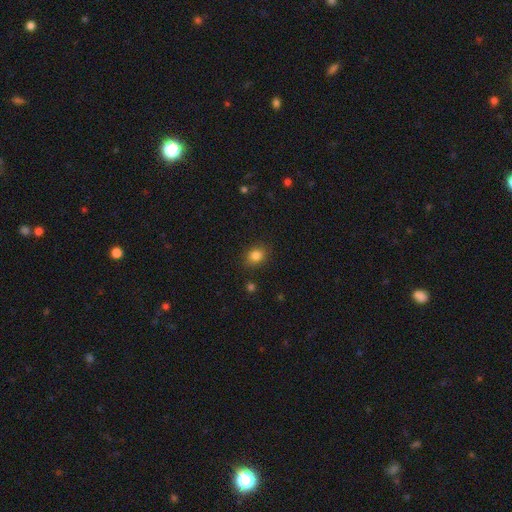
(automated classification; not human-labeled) Smooth or featured: smooth — 83% (star or artifact — 11%)
How rounded: in between — 53% (round — 45%)
Merging: none — 85% (minor disturbance — 10%)